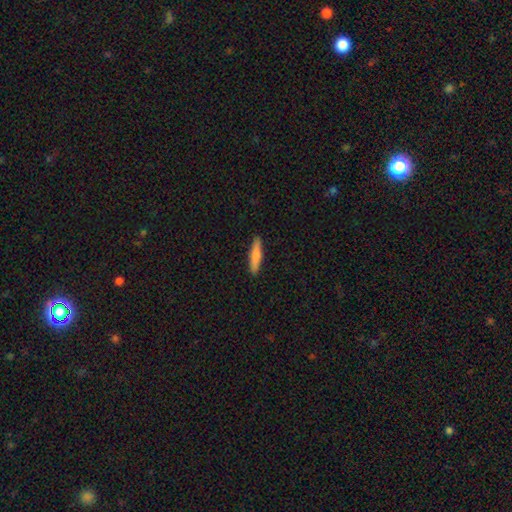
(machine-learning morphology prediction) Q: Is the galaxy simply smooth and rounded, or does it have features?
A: smooth — 75%.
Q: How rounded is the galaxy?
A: cigar-shaped — 87%.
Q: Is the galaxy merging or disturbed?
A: none — 91%.